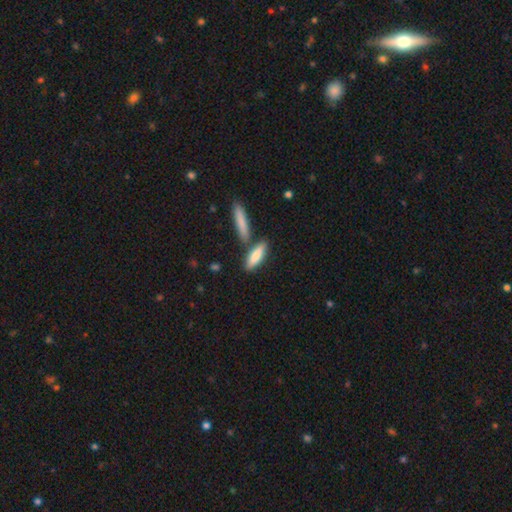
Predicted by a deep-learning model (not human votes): Smooth or featured?
  - smooth: 82% *
  - featured or disk: 13%
  - star or artifact: 5%
How rounded?
  - cigar-shaped: 56% *
  - in between: 41%
  - round: 2%
Merging?
  - none: 67% *
  - merger: 18%
  - minor disturbance: 12%
  - major disturbance: 3%